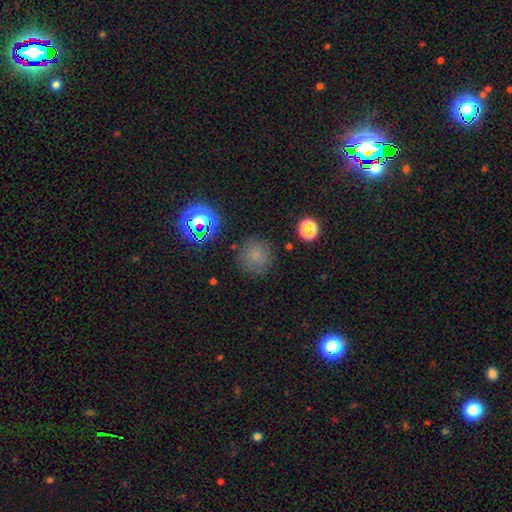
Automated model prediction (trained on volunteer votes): The model was most divided on "smooth or featured": smooth: 72%, star or artifact: 20%, featured or disk: 8%. More confident: how rounded — round (93%); merging — none (83%).